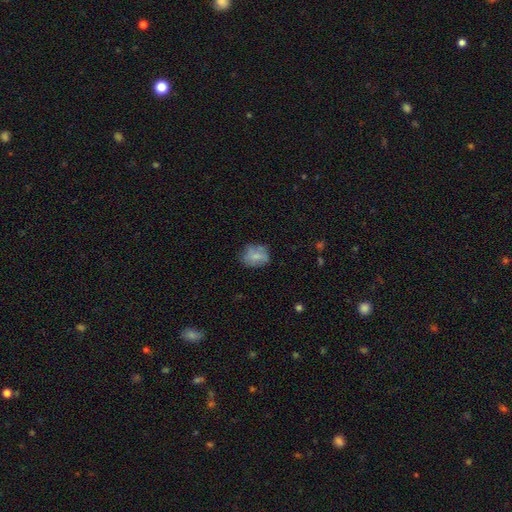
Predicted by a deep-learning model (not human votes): This appears to be a smooth galaxy with no disk features (71%) that is in between round and cigar-shaped (51%). Merging: none (63%).